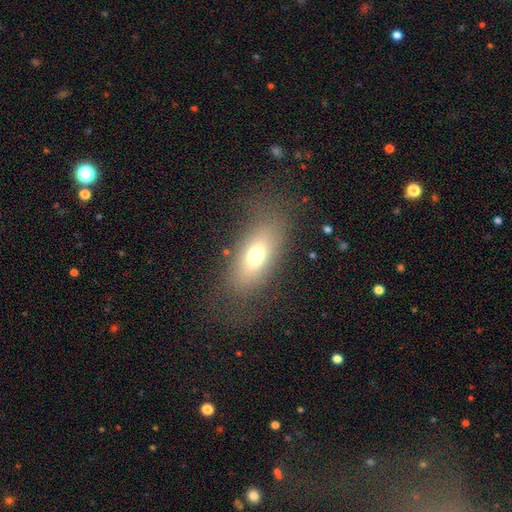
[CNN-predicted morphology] Smooth or featured? smooth (68%)
How rounded? in between (81%)
Merging? none (73%)